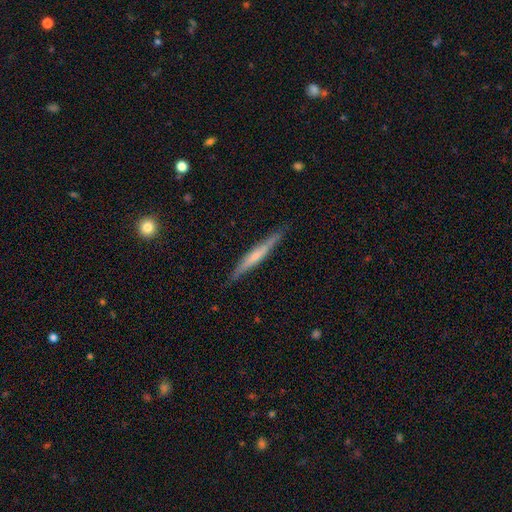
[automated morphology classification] The model was most divided on "edge-on bulge": none: 44%, rounded: 43%, boxy: 13%. More confident: edge-on disk — yes (96%); merging — none (87%); smooth or featured — featured or disk (58%).